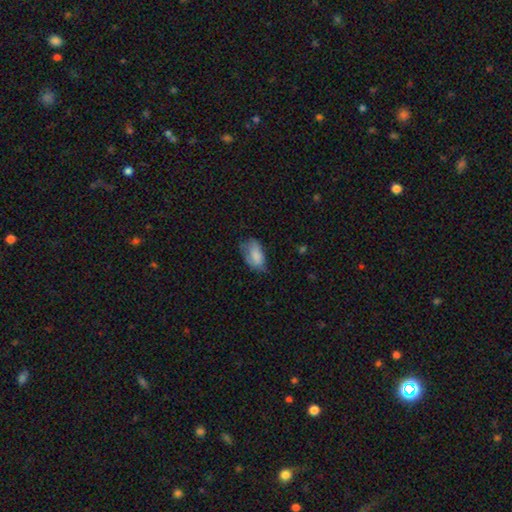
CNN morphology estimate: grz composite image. It shows a smooth galaxy with no disk features (77%) that is in between round and cigar-shaped (92%). Merging: none (42%).